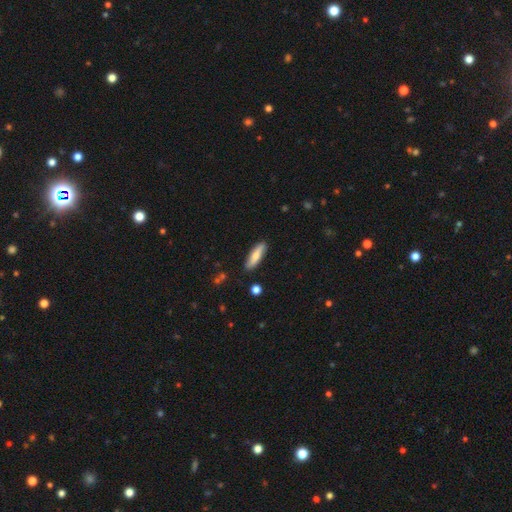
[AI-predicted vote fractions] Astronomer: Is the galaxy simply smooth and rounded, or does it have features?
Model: smooth — 68%.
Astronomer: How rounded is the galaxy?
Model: cigar-shaped — 64%.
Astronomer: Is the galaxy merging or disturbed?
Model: none — 87%.